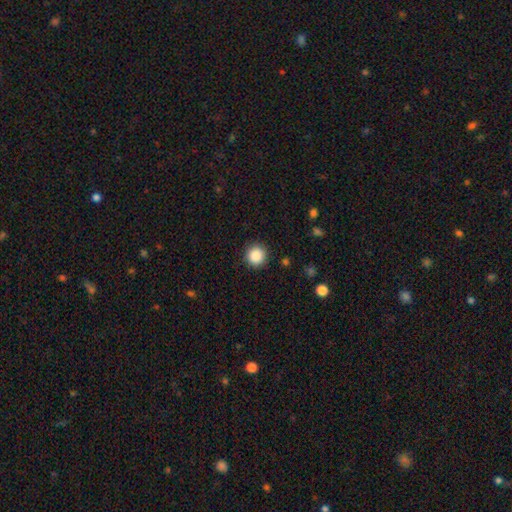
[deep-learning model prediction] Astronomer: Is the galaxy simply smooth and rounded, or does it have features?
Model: smooth — 88%.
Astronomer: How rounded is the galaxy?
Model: round — 95%.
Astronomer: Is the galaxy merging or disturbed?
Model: none — 91%.